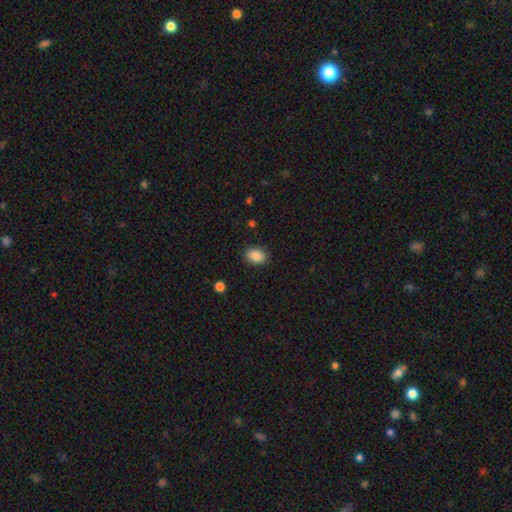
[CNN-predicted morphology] A smooth galaxy with no disk features (87%) that is in between round and cigar-shaped (67%).

Vote fractions:
- Smooth or featured? smooth: 87% / star or artifact: 8% / featured or disk: 5%
- How rounded? in between: 67% / round: 32% / cigar-shaped: 1%
- Merging? none: 87% / minor disturbance: 9% / major disturbance: 2% / merger: 1%